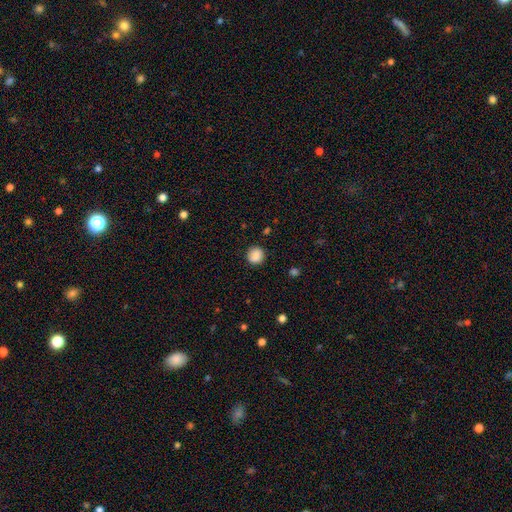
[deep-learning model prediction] A smooth galaxy with no disk features (85%) that is round (88%). Merging: none (87%).